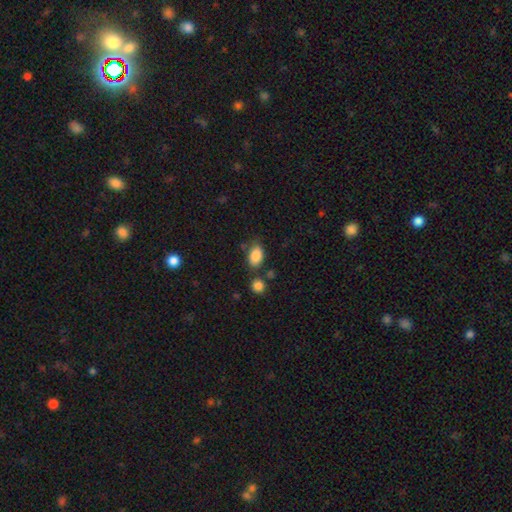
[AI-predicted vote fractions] Smooth or featured: smooth — 86% (star or artifact — 8%)
How rounded: in between — 88% (round — 11%)
Merging: none — 68% (minor disturbance — 17%)